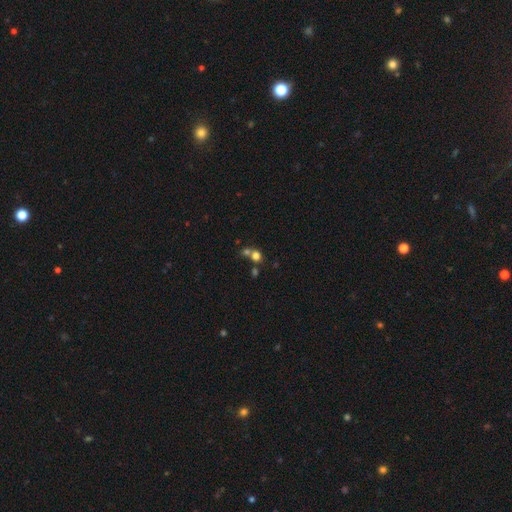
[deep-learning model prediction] This is likely a smooth galaxy (72%). How rounded: clearly round (81%). Merging: possibly none (46%).